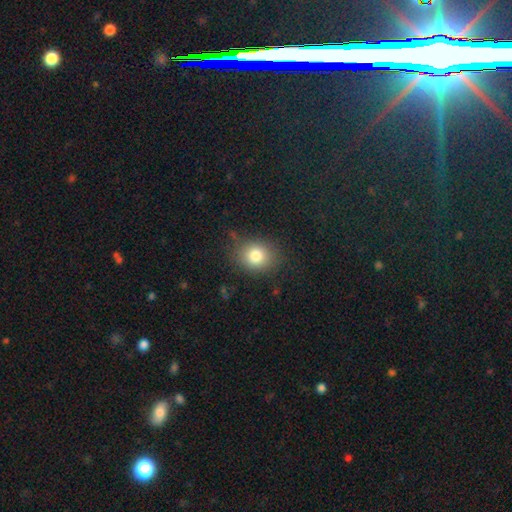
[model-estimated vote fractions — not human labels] This appears to be a smooth galaxy with no disk features (81%) that is round (66%). Merging: none (80%).